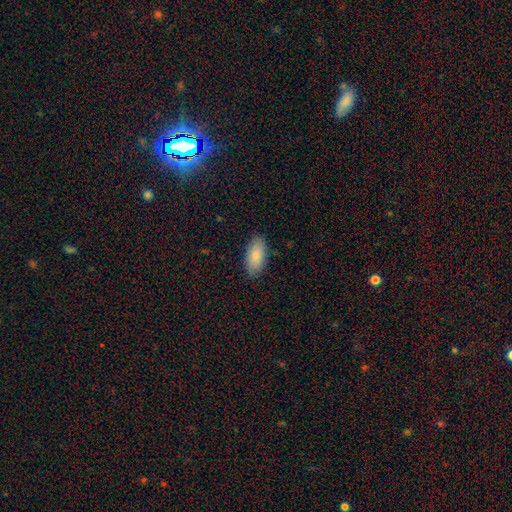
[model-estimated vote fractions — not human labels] Overall: smooth (85%). How rounded: in between (93%). Merging: none (87%).